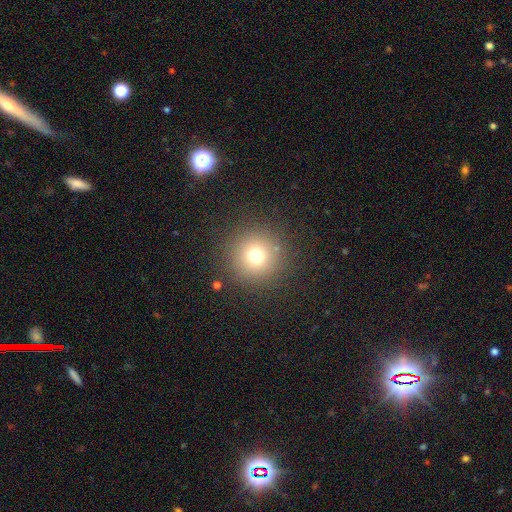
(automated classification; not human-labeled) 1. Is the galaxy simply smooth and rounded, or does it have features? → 74% smooth, 17% star or artifact, 9% featured or disk.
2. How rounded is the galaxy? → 96% round, 3% in between, 1% cigar-shaped.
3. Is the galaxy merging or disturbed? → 89% none, 6% minor disturbance, 4% major disturbance, 2% merger.